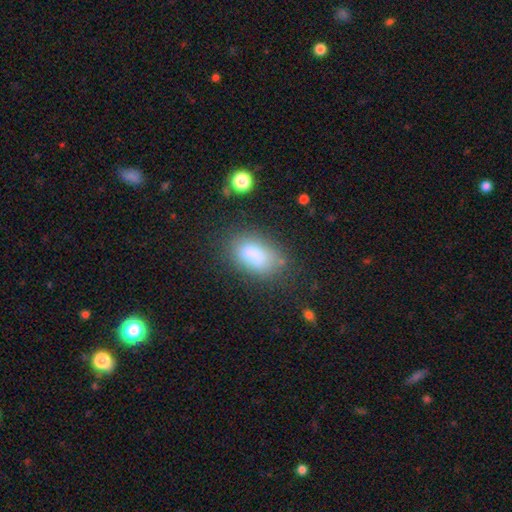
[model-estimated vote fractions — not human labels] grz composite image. It shows a smooth galaxy with no disk features (80%) that is in between round and cigar-shaped (90%). Merging: none (64%).